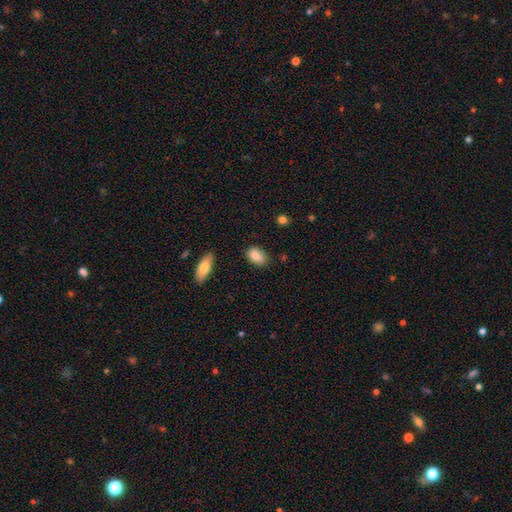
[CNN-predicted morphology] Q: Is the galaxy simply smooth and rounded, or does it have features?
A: smooth — 86%.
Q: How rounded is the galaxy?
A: in between — 88%.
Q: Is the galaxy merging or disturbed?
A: none — 80%.